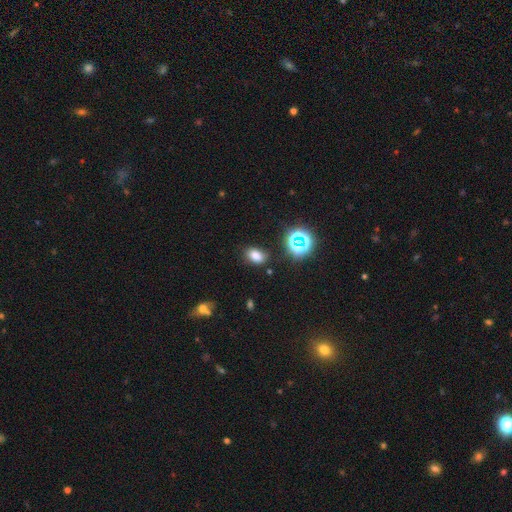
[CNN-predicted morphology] The model was most divided on "smooth or featured": smooth: 76%, star or artifact: 17%, featured or disk: 6%. More confident: merging — none (81%); how rounded — in between (81%).